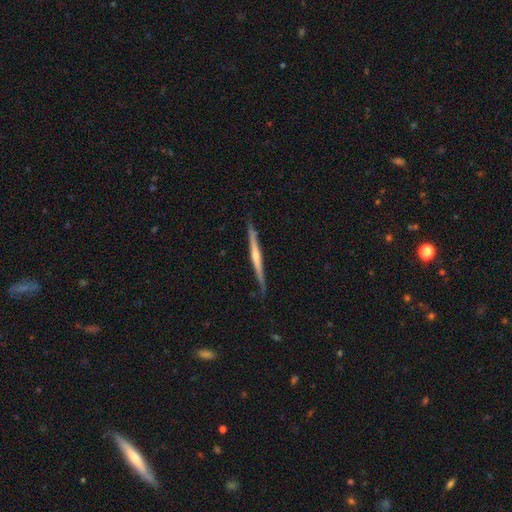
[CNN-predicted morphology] A featured or disk galaxy (76%) viewed edge-on (98%) with a rounded central bulge (66%).

Vote fractions:
- Smooth or featured? featured or disk: 76% / smooth: 18% / star or artifact: 5%
- Edge-on disk? yes: 98% / no: 2%
- Edge-on bulge? rounded: 66% / none: 28% / boxy: 7%
- Merging? none: 89% / minor disturbance: 9% / major disturbance: 1% / merger: 1%